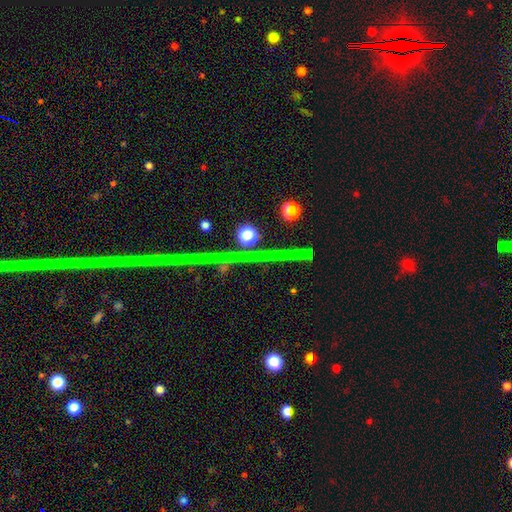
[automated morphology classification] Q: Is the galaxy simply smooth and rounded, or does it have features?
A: star or artifact — 76%.